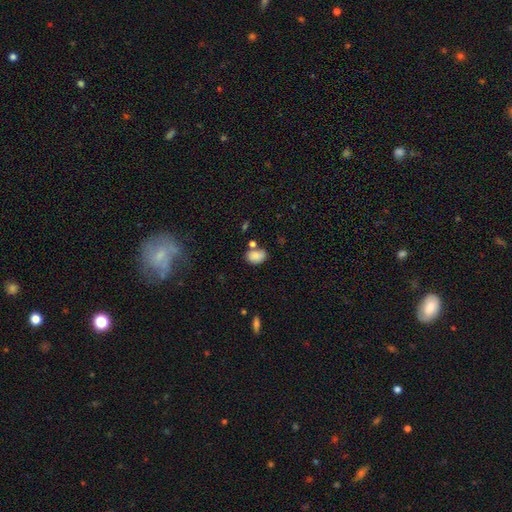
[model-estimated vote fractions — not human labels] Smooth or featured: smooth — 83% (star or artifact — 9%)
How rounded: in between — 80% (round — 19%)
Merging: none — 52% (merger — 22%)